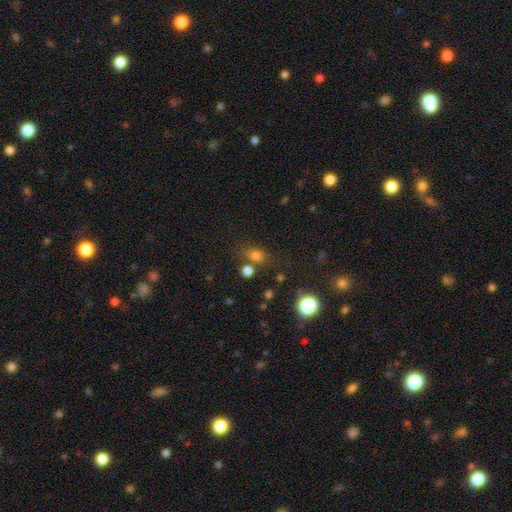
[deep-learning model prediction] Overall: smooth (72%). How rounded: round (50%; in between 48%). Merging: none (65%).